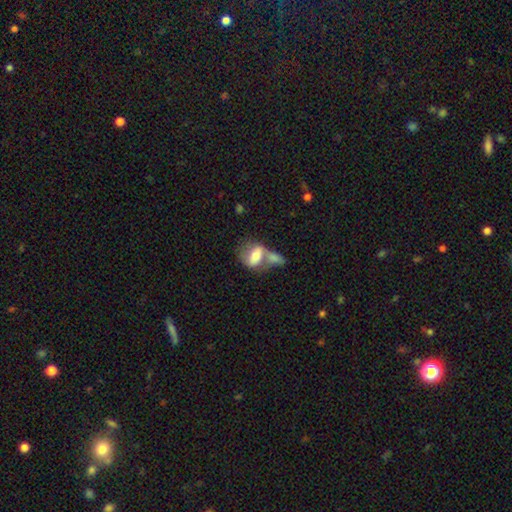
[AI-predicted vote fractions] smooth-or-featured: smooth: 58% | featured or disk: 34% | star or artifact: 7%
  how-rounded: in between: 78% | round: 18% | cigar-shaped: 5%
  merging: merger: 59% | none: 22% | minor disturbance: 10% | major disturbance: 9%